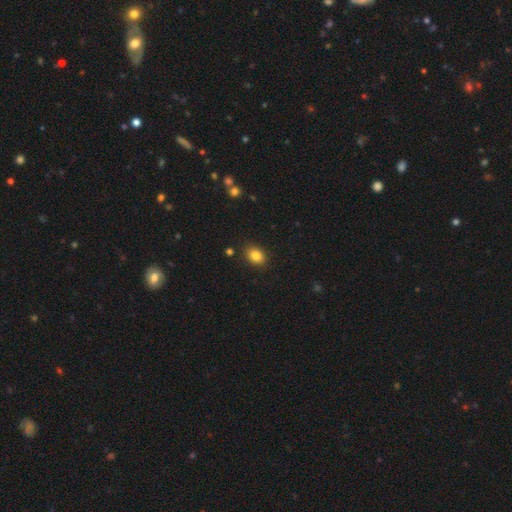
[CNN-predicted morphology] Smooth or featured? smooth (85%)
How rounded? in between (67%)
Merging? none (87%)